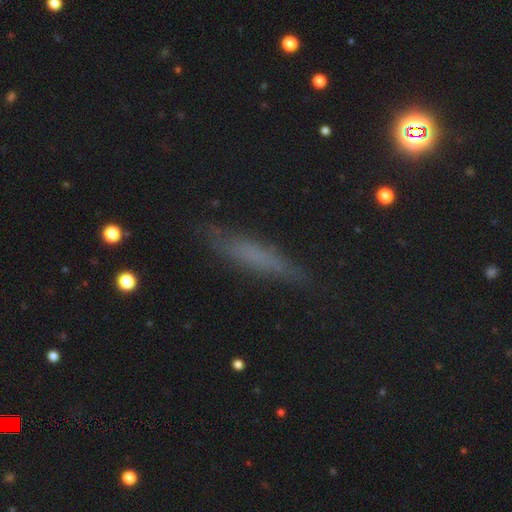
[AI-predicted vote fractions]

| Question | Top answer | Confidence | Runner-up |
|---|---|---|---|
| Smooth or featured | smooth | 48% | featured or disk (33%) |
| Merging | none | 79% | minor disturbance (15%) |